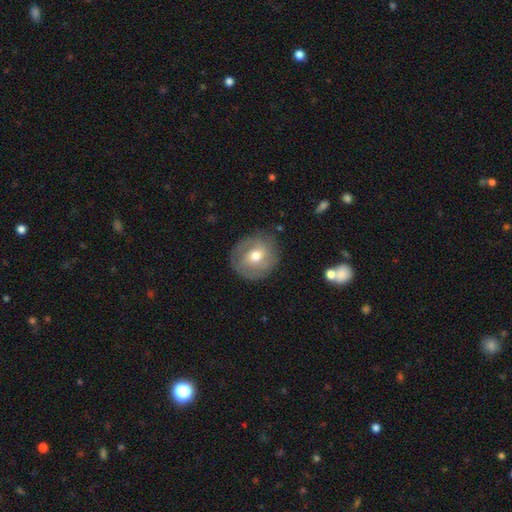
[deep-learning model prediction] Overall: smooth (47%; featured or disk 46%). Merging: none (78%).